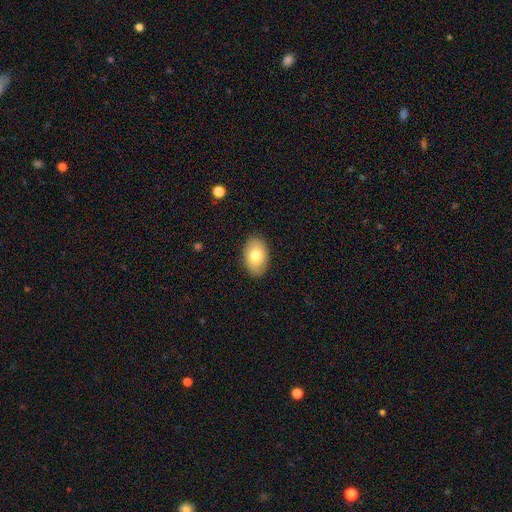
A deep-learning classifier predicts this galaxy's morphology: smooth-or-featured: smooth: 77% | featured or disk: 15% | star or artifact: 7%
  how-rounded: in between: 90% | round: 9% | cigar-shaped: 1%
  merging: none: 88% | minor disturbance: 9% | major disturbance: 2% | merger: 1%